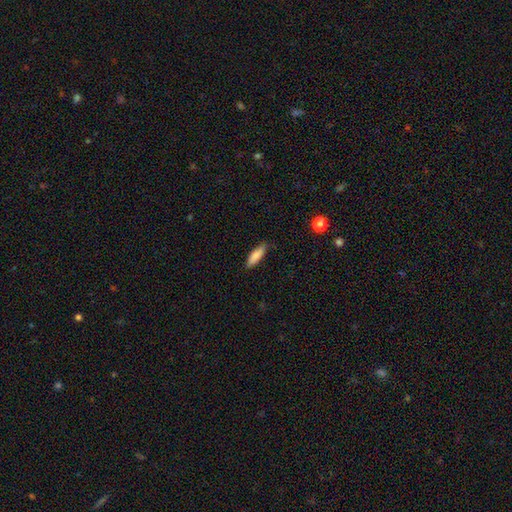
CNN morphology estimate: Smooth or featured: smooth — 84% (featured or disk — 9%)
How rounded: cigar-shaped — 57% (in between — 42%)
Merging: none — 80% (minor disturbance — 16%)